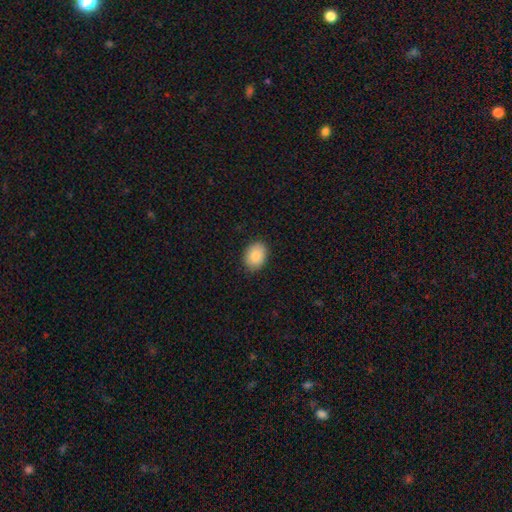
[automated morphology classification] smooth 86%, star or artifact 7%, featured or disk 7%. Down the decision tree: how rounded — in between (66%); merging — none (88%).